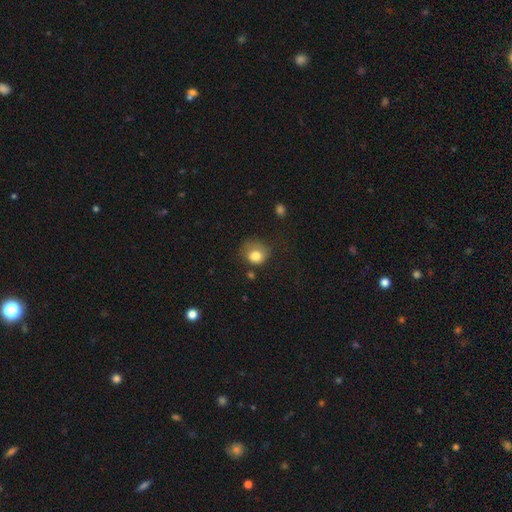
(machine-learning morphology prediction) Overall: smooth (79%). How rounded: round (74%). Merging: none (47%; minor disturbance 31%).